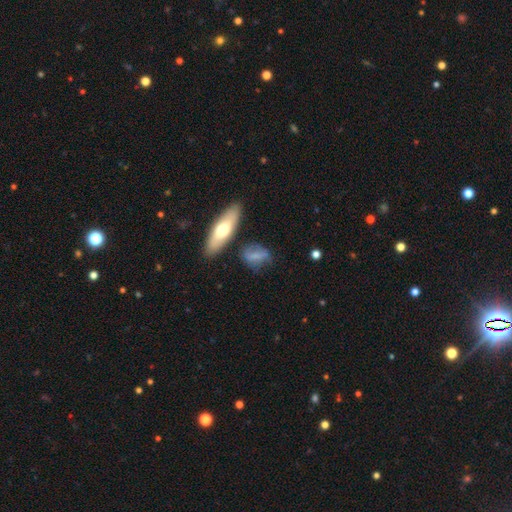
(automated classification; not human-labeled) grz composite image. It shows a smooth galaxy with no disk features (63%) that is in between round and cigar-shaped (65%). Merging: none (63%).